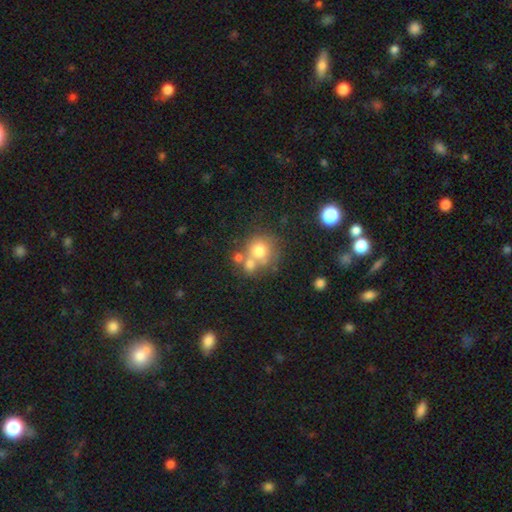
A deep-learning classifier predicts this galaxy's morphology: Smooth or featured? smooth (68%)
How rounded? round (86%)
Merging? none (54%)